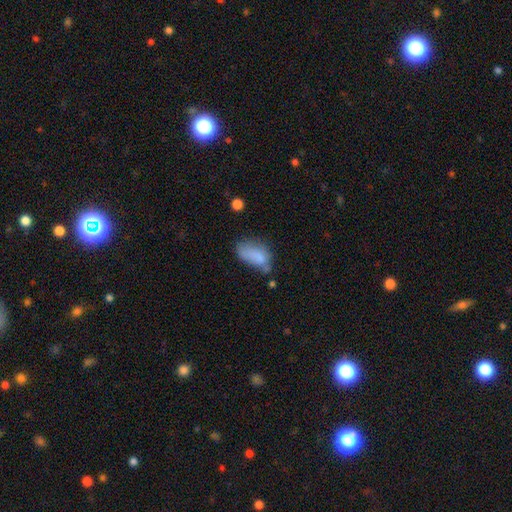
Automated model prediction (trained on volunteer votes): Smooth or featured: smooth — 75% (featured or disk — 15%)
How rounded: in between — 91% (round — 5%)
Merging: minor disturbance — 33% (none — 31%)